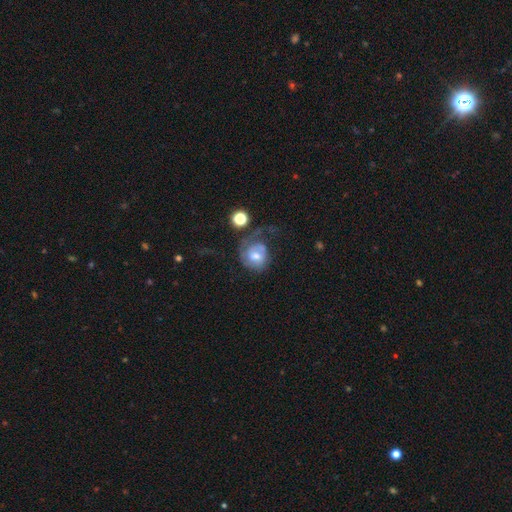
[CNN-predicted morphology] Q: Smooth or featured?
A: featured or disk (46%); runner-up: smooth (45%)
Q: Merging?
A: major disturbance (40%); runner-up: none (32%)